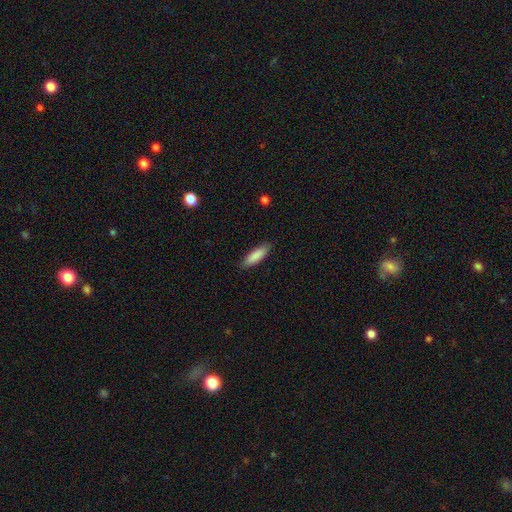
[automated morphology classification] This appears to be a smooth galaxy with no disk features (88%) that is cigar-shaped (56%). Merging: none (88%).